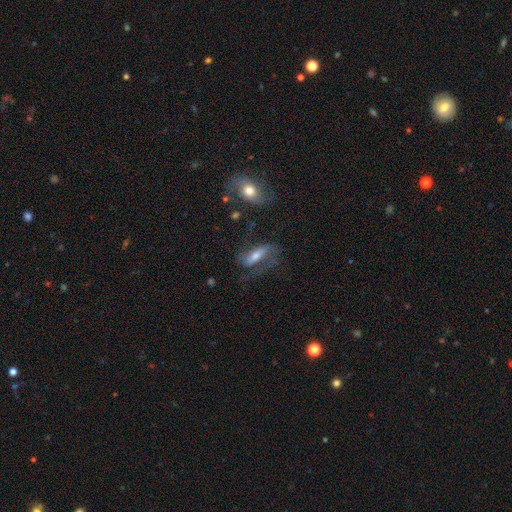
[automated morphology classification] This is likely a featured or disk galaxy (60%). It is likely not viewed edge-on (78%). Merging: possibly none (52%).